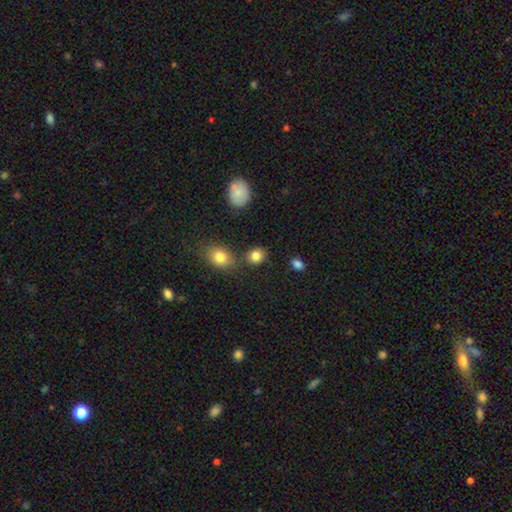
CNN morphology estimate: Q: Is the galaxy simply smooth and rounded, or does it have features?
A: smooth — 84%.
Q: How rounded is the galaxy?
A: round — 66%.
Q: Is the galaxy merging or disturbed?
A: none — 74%.